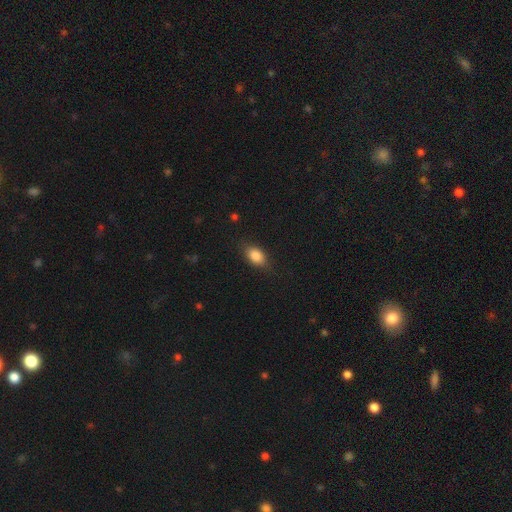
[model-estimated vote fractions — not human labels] Smooth or featured? Predicted: smooth (p=0.85). How rounded? Predicted: in between (p=0.86). Merging? Predicted: none (p=0.81).